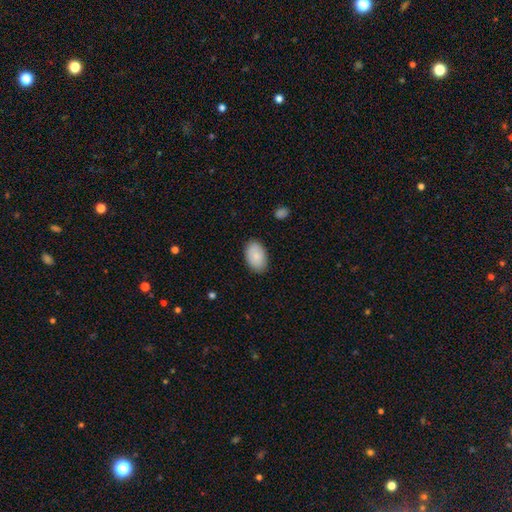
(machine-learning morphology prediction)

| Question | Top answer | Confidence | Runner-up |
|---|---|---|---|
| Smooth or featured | smooth | 87% | featured or disk (7%) |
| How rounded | in between | 93% | round (6%) |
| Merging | none | 86% | minor disturbance (10%) |